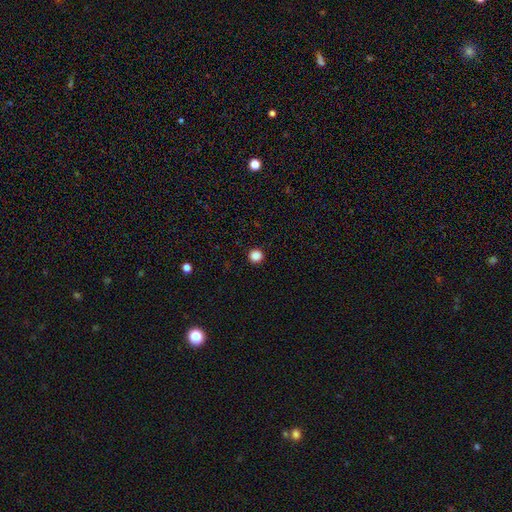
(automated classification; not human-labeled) Morphology: type=smooth (87%); roundness=round (94%); merging=none (93%).